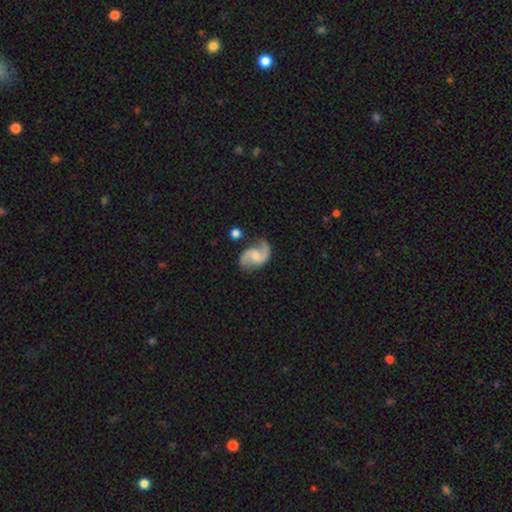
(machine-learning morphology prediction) Smooth or featured?
  - featured or disk: 88% *
  - smooth: 8%
  - star or artifact: 4%
Edge-on disk?
  - no: 98% *
  - yes: 2%
Bar?
  - weak: 47% *
  - no: 43%
  - strong: 9%
Spiral arms?
  - yes: 97% *
  - no: 3%
Spiral winding?
  - medium: 46% *
  - loose: 44%
  - tight: 10%
Spiral arm count?
  - 2: 92% *
  - 1: 3%
  - can't tell: 2%
  - 3: 1%
  - 4: 1%
  - more than 4: 1%
Bulge size?
  - small: 37% *
  - moderate: 32%
  - none: 26%
  - large: 4%
  - dominant: 1%
Merging?
  - none: 72% *
  - minor disturbance: 17%
  - major disturbance: 7%
  - merger: 4%